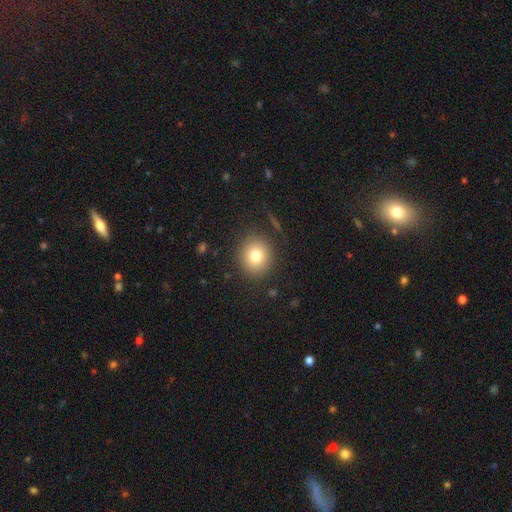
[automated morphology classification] This is likely a smooth galaxy (78%). How rounded: clearly round (84%). Merging: clearly none (88%).